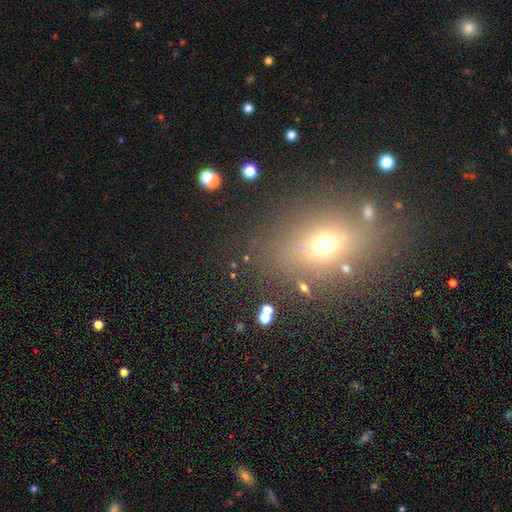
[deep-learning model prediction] A smooth galaxy with no disk features (51%) that is in between round and cigar-shaped (65%).

Vote fractions:
- Smooth or featured? smooth: 51% / star or artifact: 29% / featured or disk: 20%
- How rounded? in between: 65% / round: 28% / cigar-shaped: 7%
- Merging? none: 81% / minor disturbance: 10% / major disturbance: 5% / merger: 4%